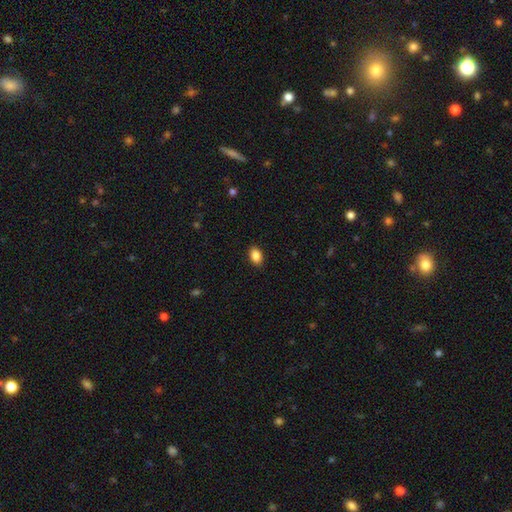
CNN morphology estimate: A smooth galaxy with no disk features (88%) that is in between round and cigar-shaped (87%). Merging: none (89%).